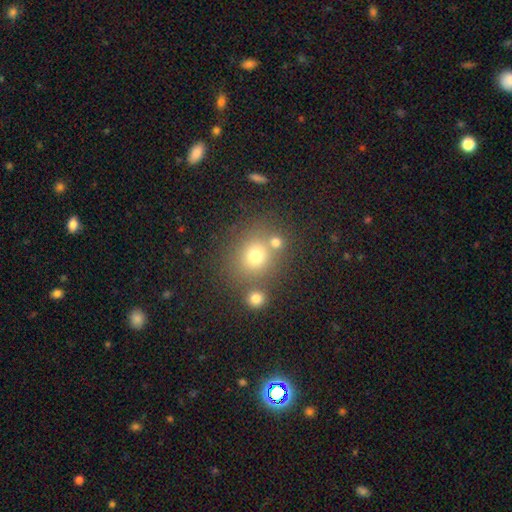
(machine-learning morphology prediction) Smooth or featured? Predicted: smooth (p=0.71). How rounded? Predicted: round (p=0.78). Merging? Predicted: none (p=0.67).